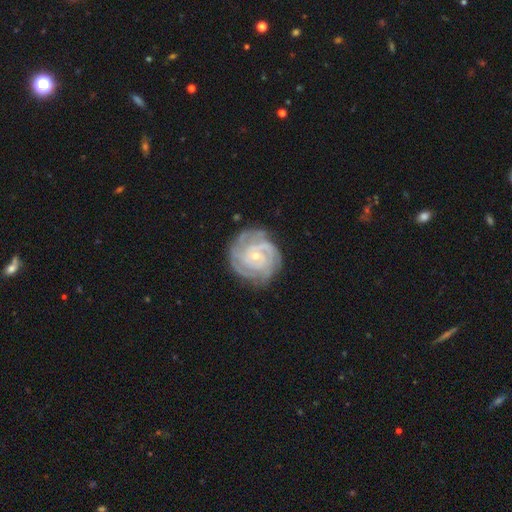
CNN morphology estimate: Q: Smooth or featured?
A: featured or disk (87%); runner-up: smooth (7%)
Q: Edge-on disk?
A: no (98%); runner-up: yes (2%)
Q: Bar?
A: no (73%); runner-up: weak (21%)
Q: Spiral arms?
A: yes (97%); runner-up: no (3%)
Q: Spiral winding?
A: tight (79%); runner-up: medium (18%)
Q: Spiral arm count?
A: 3 (28%); runner-up: can't tell (23%)
Q: Bulge size?
A: small (76%); runner-up: moderate (21%)
Q: Merging?
A: none (75%); runner-up: minor disturbance (18%)